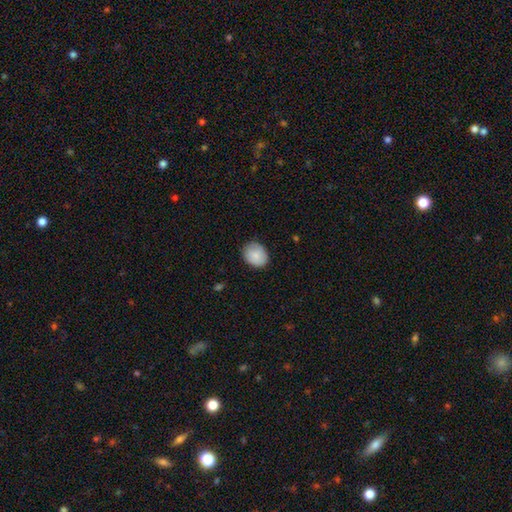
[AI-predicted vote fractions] Overall: smooth (85%). How rounded: round (57%; in between 42%). Merging: none (81%).